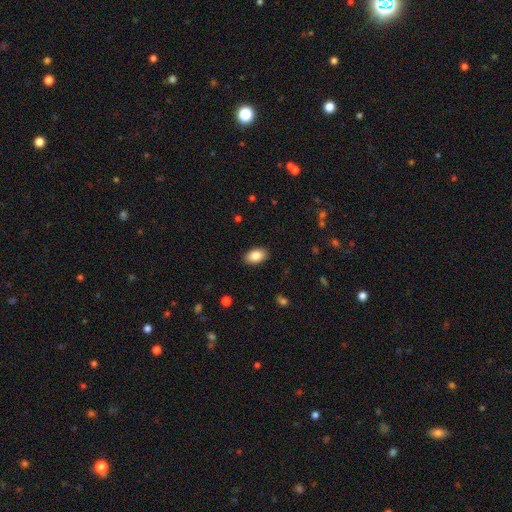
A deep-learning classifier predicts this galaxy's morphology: A smooth galaxy with no disk features (86%) that is in between round and cigar-shaped (93%).

Vote fractions:
- Smooth or featured? smooth: 86% / star or artifact: 7% / featured or disk: 7%
- How rounded? in between: 93% / round: 6% / cigar-shaped: 1%
- Merging? none: 89% / minor disturbance: 8% / major disturbance: 2% / merger: 1%